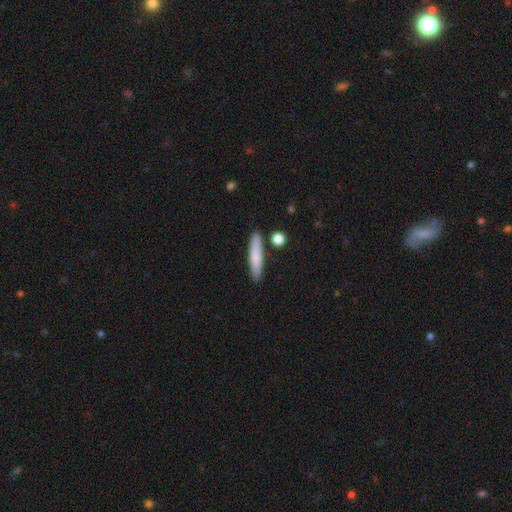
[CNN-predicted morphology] Smooth or featured?
  - smooth: 73% *
  - featured or disk: 21%
  - star or artifact: 6%
How rounded?
  - cigar-shaped: 87% *
  - in between: 11%
  - round: 2%
Merging?
  - none: 85% *
  - minor disturbance: 9%
  - merger: 4%
  - major disturbance: 2%